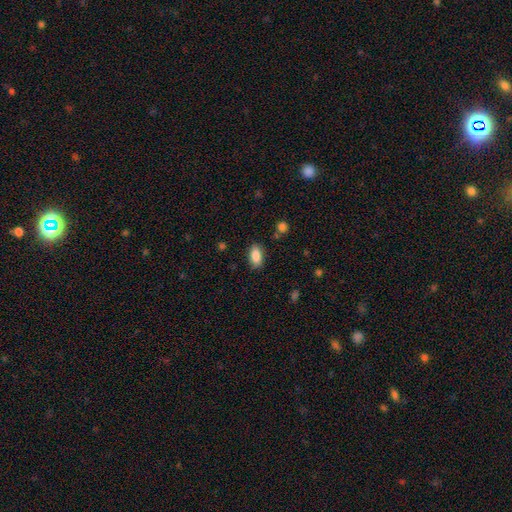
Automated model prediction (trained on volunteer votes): Smooth or featured? Predicted: smooth (p=0.86). How rounded? Predicted: in between (p=0.91). Merging? Predicted: none (p=0.84).